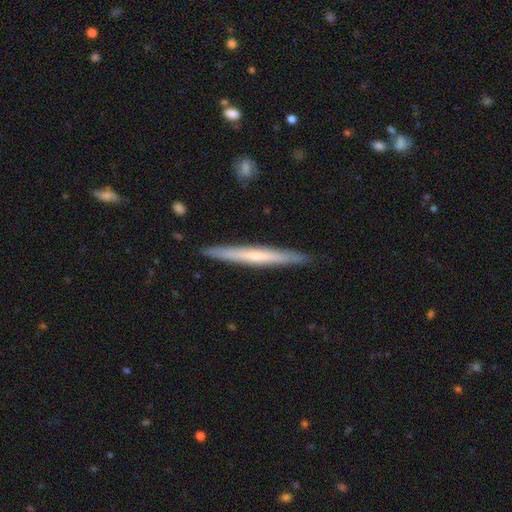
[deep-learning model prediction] Q: Smooth or featured?
A: featured or disk (50%); runner-up: smooth (45%)
Q: Merging?
A: none (90%); runner-up: minor disturbance (7%)